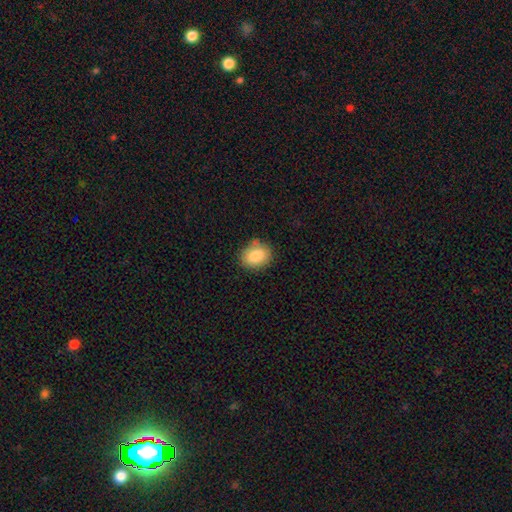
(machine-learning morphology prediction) A smooth galaxy with no disk features (85%) that is in between round and cigar-shaped (53%).

Vote fractions:
- Smooth or featured? smooth: 85% / star or artifact: 8% / featured or disk: 7%
- How rounded? in between: 53% / round: 46% / cigar-shaped: 1%
- Merging? none: 80% / minor disturbance: 15% / major disturbance: 3% / merger: 2%